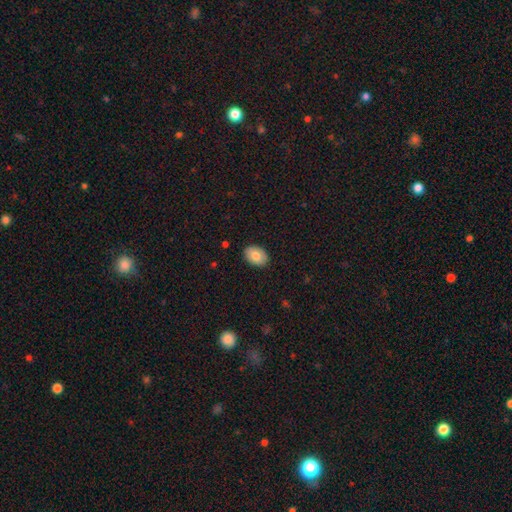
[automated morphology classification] A smooth galaxy with no disk features (79%) that is in between round and cigar-shaped (78%). Merging: none (88%).